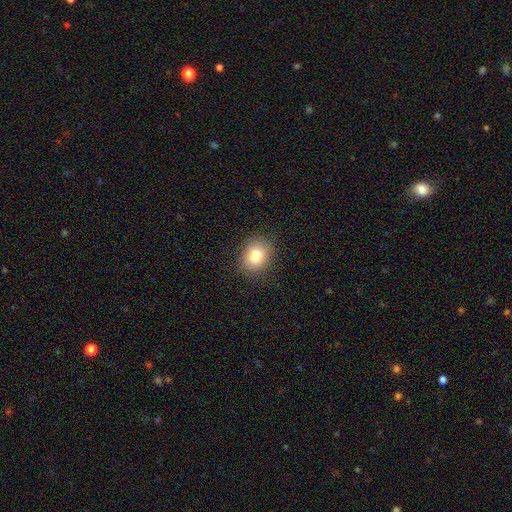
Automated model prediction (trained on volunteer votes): smooth-or-featured: smooth: 81% | star or artifact: 10% | featured or disk: 8%
  how-rounded: in between: 52% | round: 47% | cigar-shaped: 1%
  merging: none: 85% | minor disturbance: 10% | major disturbance: 3% | merger: 1%